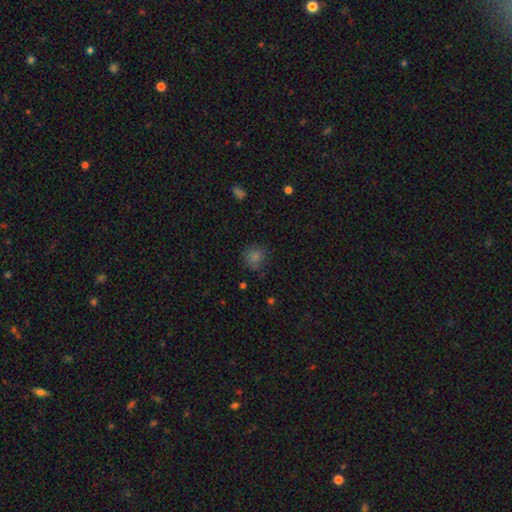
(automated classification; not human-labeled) Smooth or featured? Predicted: smooth (p=0.70). How rounded? Predicted: round (p=0.83). Merging? Predicted: none (p=0.77).